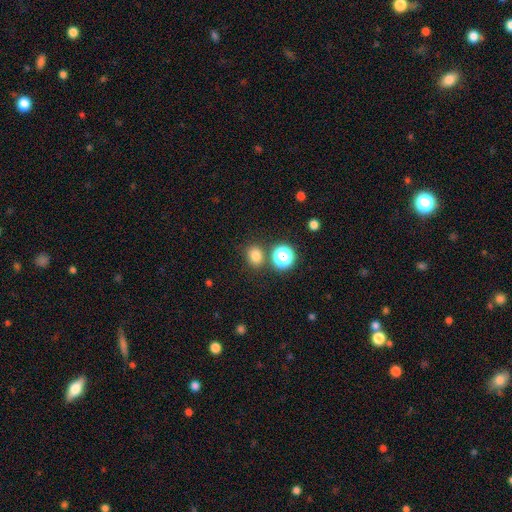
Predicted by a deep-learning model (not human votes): This appears to be a smooth galaxy with no disk features (76%) that is round (66%). Merging: none (79%).